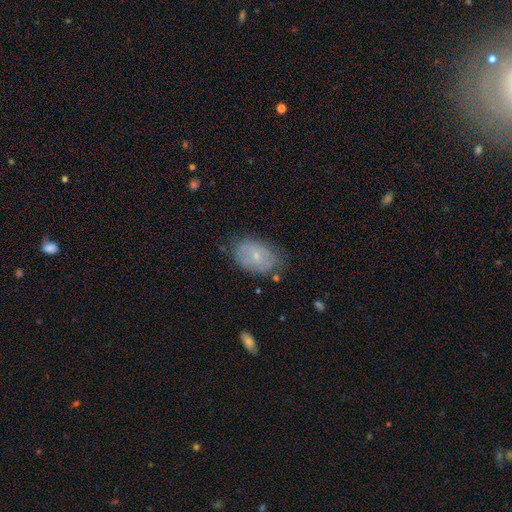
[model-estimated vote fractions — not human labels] This appears to be a smooth galaxy with no disk features (51%) that is in between round and cigar-shaped (85%). Merging: none (67%).